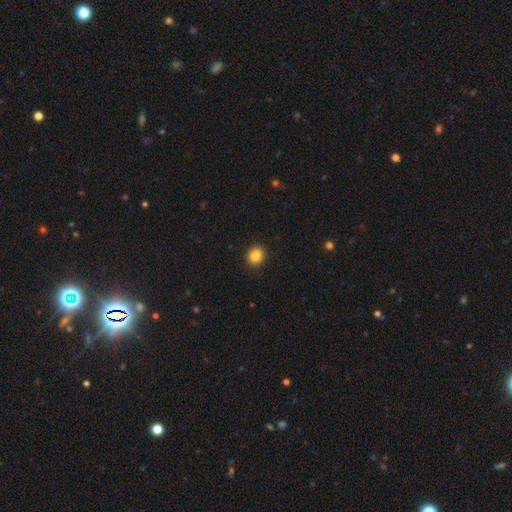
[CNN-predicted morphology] Smooth or featured? Predicted: smooth (p=0.85). How rounded? Predicted: round (p=0.80). Merging? Predicted: none (p=0.92).